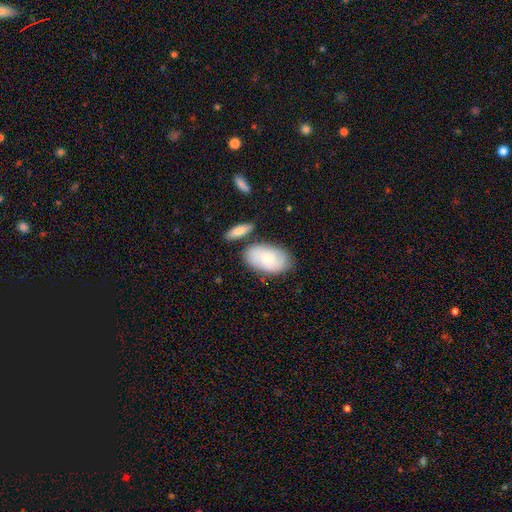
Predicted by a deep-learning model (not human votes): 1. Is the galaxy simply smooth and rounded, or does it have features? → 69% smooth, 25% featured or disk, 5% star or artifact.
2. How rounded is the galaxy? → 93% in between, 5% round, 2% cigar-shaped.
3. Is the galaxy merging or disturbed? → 69% none, 16% minor disturbance, 11% merger, 4% major disturbance.